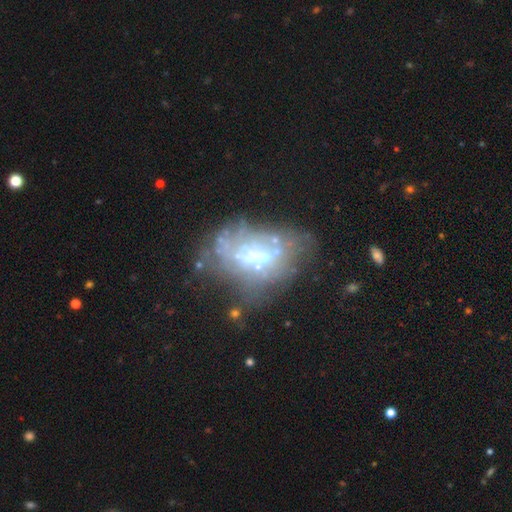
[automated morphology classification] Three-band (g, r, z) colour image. It shows a featured or disk galaxy (63%) with no bar (77%), no spiral arms (87%) and no central bulge (45%). Merging: none (35%).